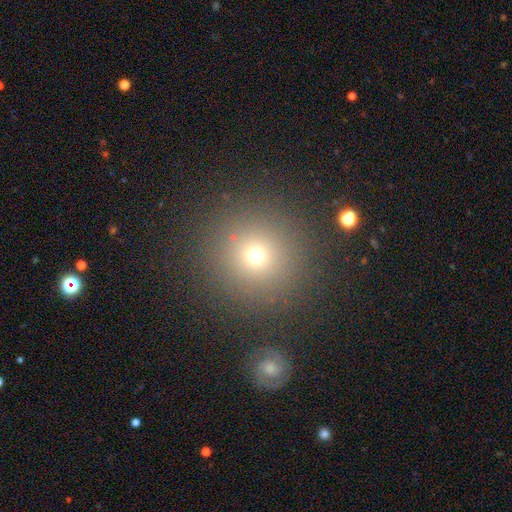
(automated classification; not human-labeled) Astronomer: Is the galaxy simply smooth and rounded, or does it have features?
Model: smooth — 70%.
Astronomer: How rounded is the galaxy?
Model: round — 94%.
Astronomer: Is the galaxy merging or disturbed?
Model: none — 87%.